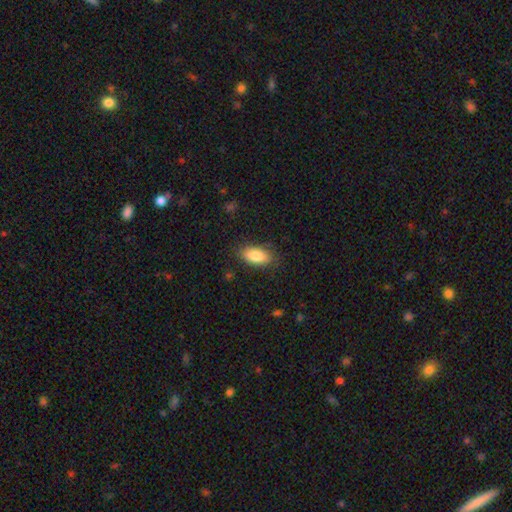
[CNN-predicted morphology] smooth_or_featured: smooth (p=0.84) [alt: featured or disk p=0.10]
how_rounded: in between (p=0.90) [alt: cigar-shaped p=0.06]
merging: none (p=0.83) [alt: minor disturbance p=0.13]